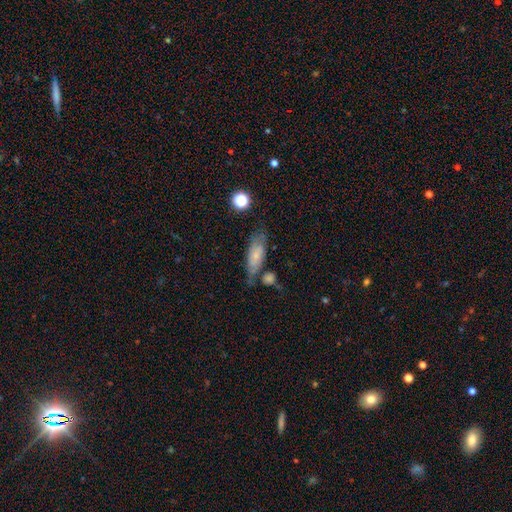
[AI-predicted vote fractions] Q: Smooth or featured?
A: smooth (56%); runner-up: featured or disk (35%)
Q: How rounded?
A: in between (67%); runner-up: cigar-shaped (30%)
Q: Merging?
A: none (54%); runner-up: minor disturbance (25%)